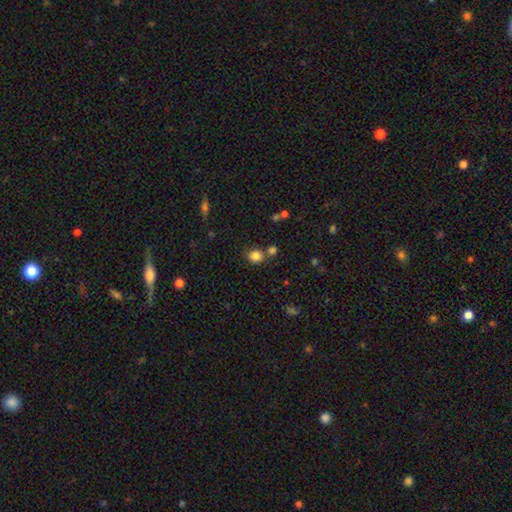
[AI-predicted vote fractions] This appears to be a smooth galaxy with no disk features (83%) that is round (65%). Merging: none (68%).